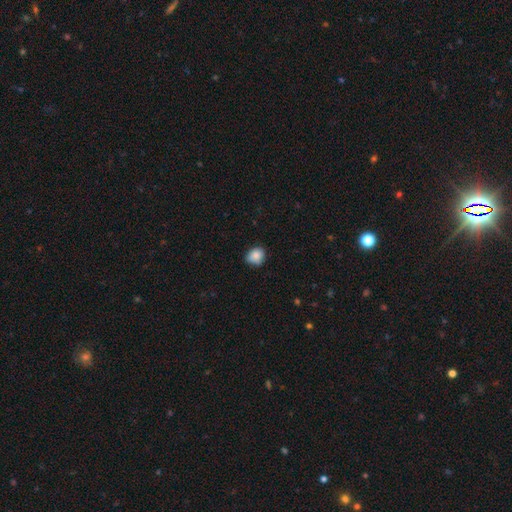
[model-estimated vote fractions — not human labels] A smooth galaxy with no disk features (86%) that is round (57%). Merging: none (70%).